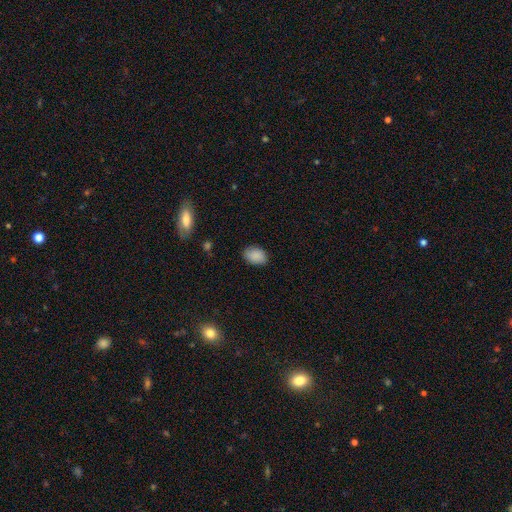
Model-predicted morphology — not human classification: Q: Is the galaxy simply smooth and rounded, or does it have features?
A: smooth — 87%.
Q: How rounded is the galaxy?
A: in between — 80%.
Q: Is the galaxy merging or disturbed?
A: none — 82%.